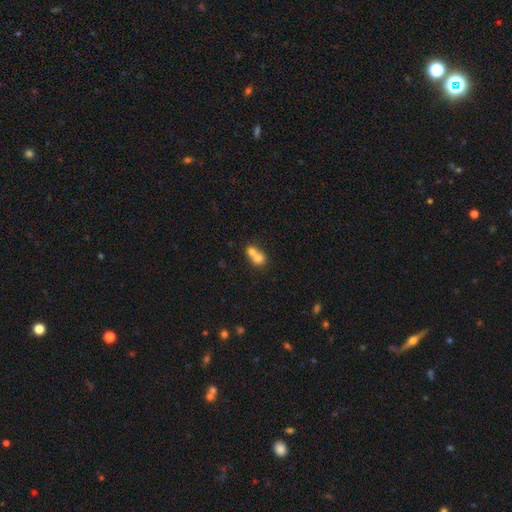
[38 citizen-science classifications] Overall: smooth (79%). How rounded: round (77%). Merging: merger (57%; none 40%).